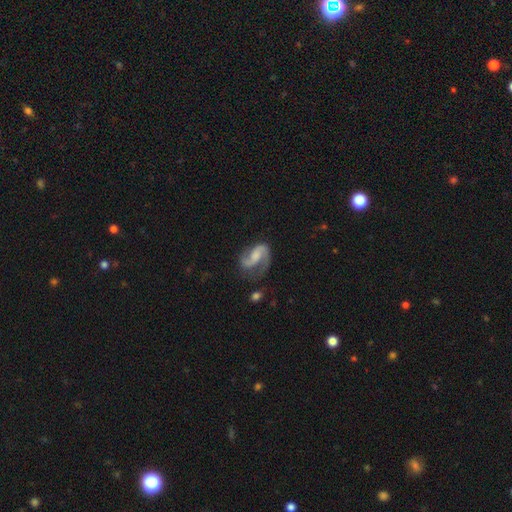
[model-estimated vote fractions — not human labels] Overall: featured or disk (85%). Edge-on disk: no (98%). Bar: weak (42%; no 40%). Spiral arms: yes (97%). Spiral arm count: 2 (86%). Spiral winding: medium (51%; loose 33%). Bulge size: none (35%; moderate 28%). Merging: none (60%; minor disturbance 22%).